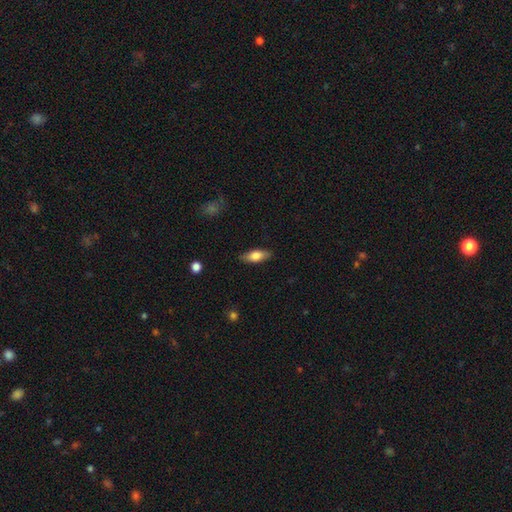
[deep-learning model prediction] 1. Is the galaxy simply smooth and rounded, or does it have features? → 72% smooth, 22% featured or disk, 6% star or artifact.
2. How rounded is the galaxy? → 74% in between, 23% cigar-shaped, 3% round.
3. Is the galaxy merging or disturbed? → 86% none, 11% minor disturbance, 2% major disturbance, 1% merger.